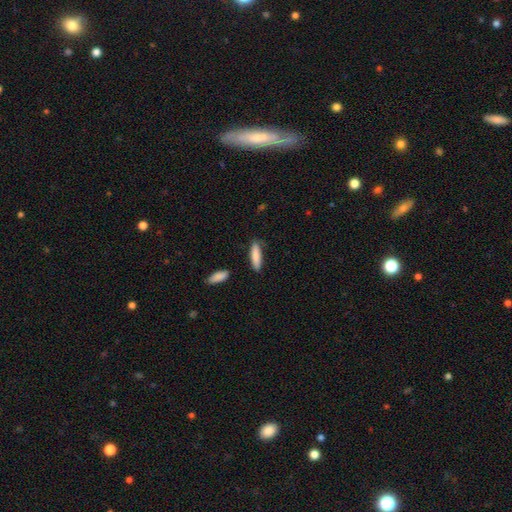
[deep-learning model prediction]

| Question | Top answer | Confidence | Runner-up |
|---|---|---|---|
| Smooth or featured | smooth | 86% | featured or disk (8%) |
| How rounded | cigar-shaped | 65% | in between (33%) |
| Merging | none | 81% | minor disturbance (14%) |